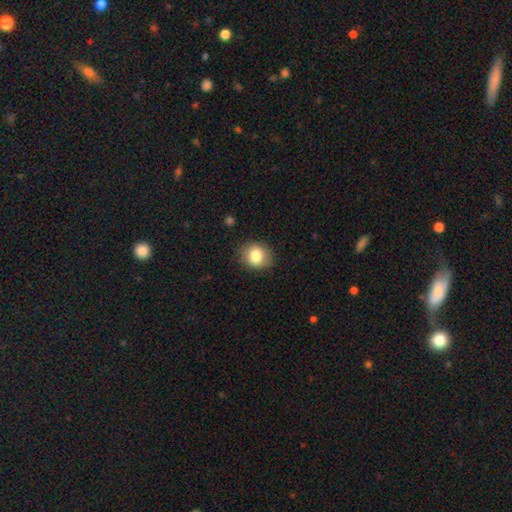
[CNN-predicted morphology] Smooth or featured: smooth — 82% (star or artifact — 9%)
How rounded: round — 65% (in between — 34%)
Merging: none — 86% (minor disturbance — 11%)